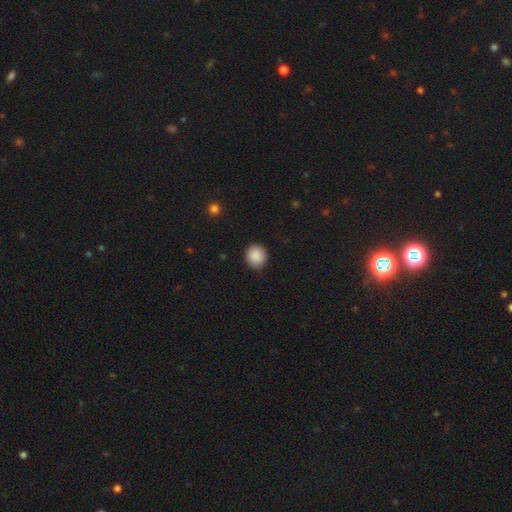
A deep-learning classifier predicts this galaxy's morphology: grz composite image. It shows a smooth galaxy with no disk features (89%) that is round (85%). Merging: none (89%).